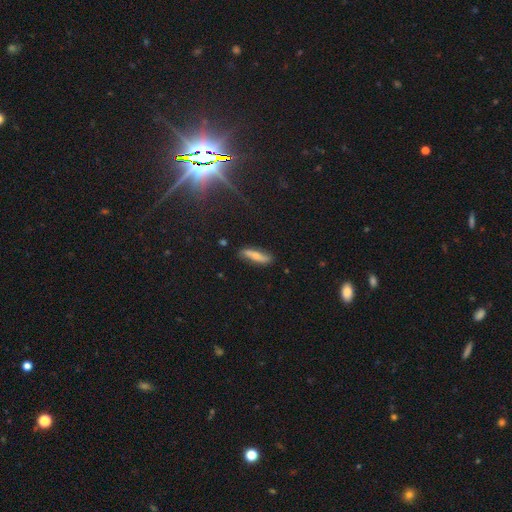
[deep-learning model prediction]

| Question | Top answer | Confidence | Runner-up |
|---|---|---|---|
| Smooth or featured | smooth | 58% | featured or disk (34%) |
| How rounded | cigar-shaped | 72% | in between (26%) |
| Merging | none | 82% | minor disturbance (13%) |